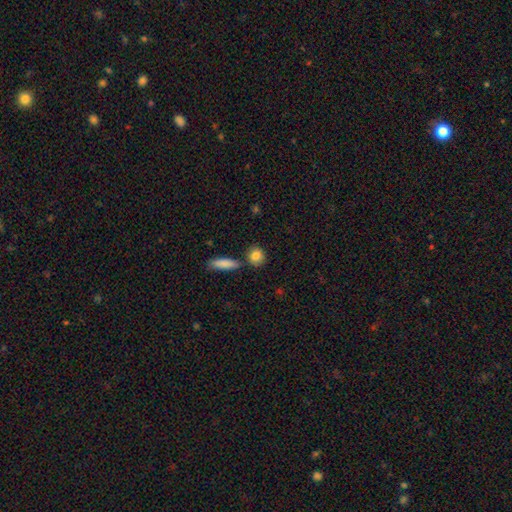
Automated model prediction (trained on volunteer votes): Smooth or featured? Predicted: smooth (p=0.85). How rounded? Predicted: round (p=0.77). Merging? Predicted: none (p=0.76).